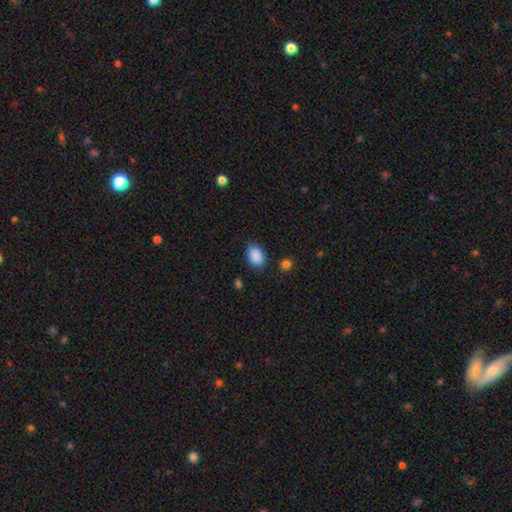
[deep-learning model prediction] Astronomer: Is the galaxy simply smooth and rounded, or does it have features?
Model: smooth — 90%.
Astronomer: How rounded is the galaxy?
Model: in between — 84%.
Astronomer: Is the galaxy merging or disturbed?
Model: none — 83%.